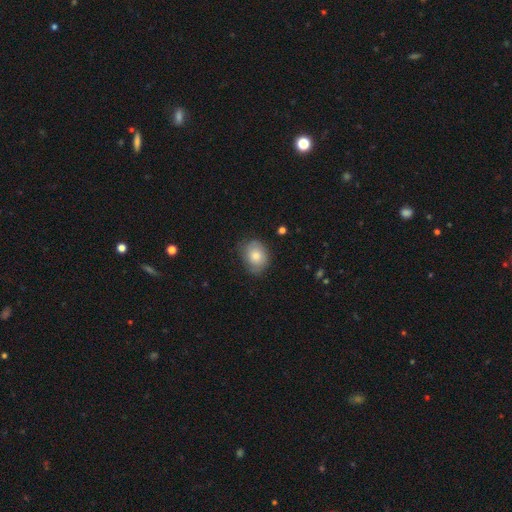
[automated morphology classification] Q: Smooth or featured?
A: smooth (74%); runner-up: featured or disk (19%)
Q: How rounded?
A: in between (55%); runner-up: round (44%)
Q: Merging?
A: none (68%); runner-up: minor disturbance (25%)